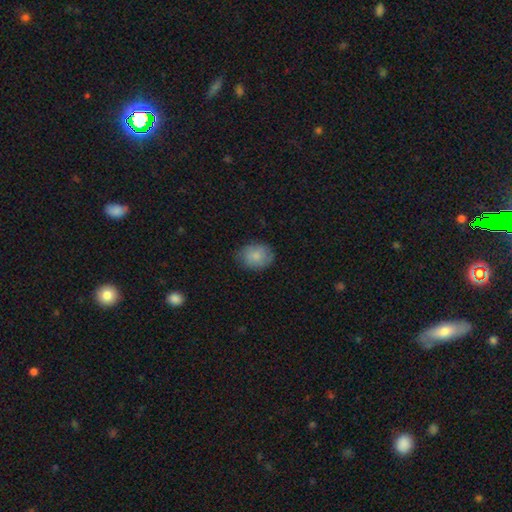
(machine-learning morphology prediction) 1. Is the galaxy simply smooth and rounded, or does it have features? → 81% smooth, 12% featured or disk, 7% star or artifact.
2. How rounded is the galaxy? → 55% in between, 44% round, 1% cigar-shaped.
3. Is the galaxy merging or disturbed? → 78% none, 17% minor disturbance, 4% major disturbance, 1% merger.